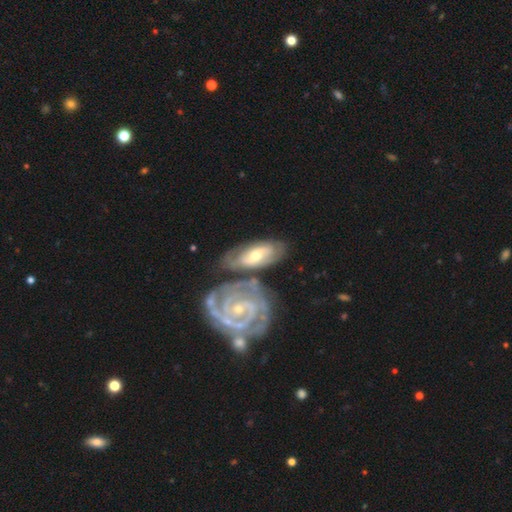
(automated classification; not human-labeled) A featured or disk galaxy (69%) with no bar (49%), 2 (47%) tight (60%) spiral arms (85%) and a moderate central bulge (54%). Merging: none (48%).